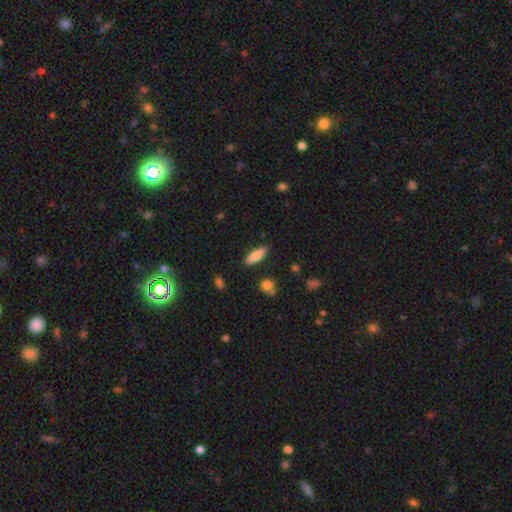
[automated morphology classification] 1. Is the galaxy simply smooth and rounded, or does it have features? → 76% smooth, 17% featured or disk, 6% star or artifact.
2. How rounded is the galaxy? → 49% in between (tied), 49% cigar-shaped (tied), 2% round.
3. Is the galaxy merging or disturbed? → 86% none, 10% minor disturbance, 2% major disturbance, 2% merger.